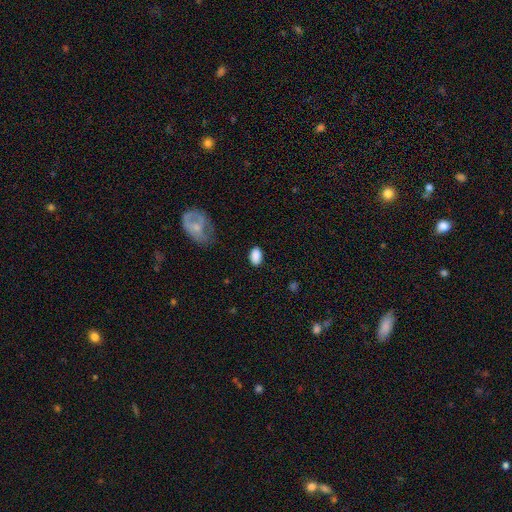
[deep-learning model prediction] Smooth or featured: smooth — 88% (star or artifact — 8%)
How rounded: in between — 91% (round — 7%)
Merging: none — 82% (minor disturbance — 13%)